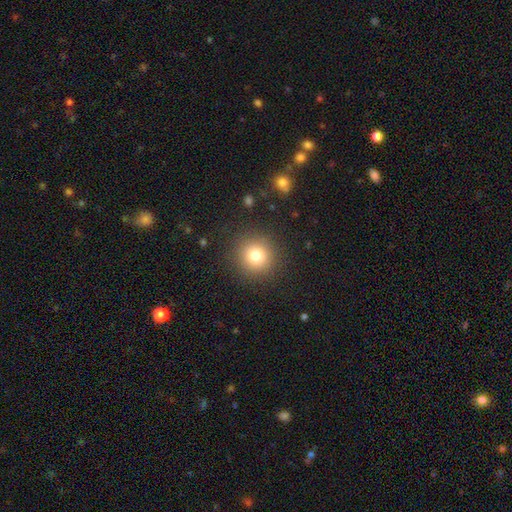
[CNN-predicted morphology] Overall: smooth (79%). How rounded: round (93%). Merging: none (90%).